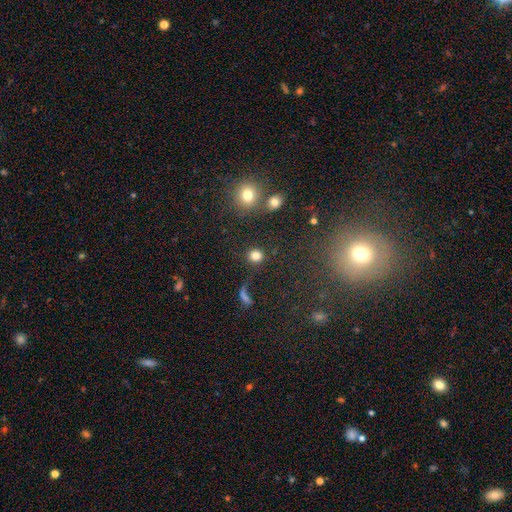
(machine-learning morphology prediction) Smooth or featured?
  - smooth: 83% *
  - star or artifact: 11%
  - featured or disk: 6%
How rounded?
  - round: 87% *
  - in between: 12%
  - cigar-shaped: 1%
Merging?
  - none: 81% *
  - minor disturbance: 9%
  - major disturbance: 5%
  - merger: 5%